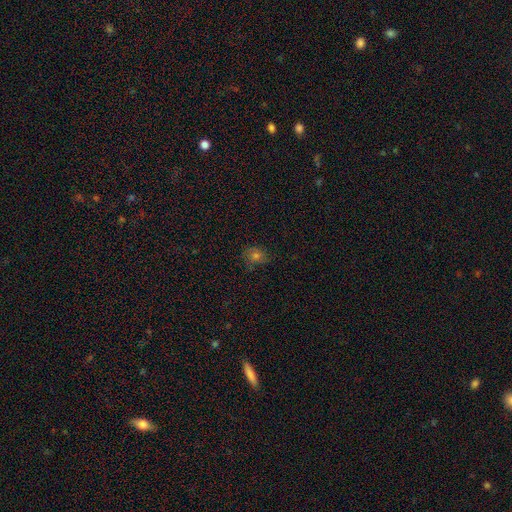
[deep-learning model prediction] Smooth or featured?
  - smooth: 58% *
  - star or artifact: 23%
  - featured or disk: 19%
How rounded?
  - round: 64% *
  - in between: 35%
  - cigar-shaped: 1%
Merging?
  - none: 70% *
  - minor disturbance: 20%
  - major disturbance: 7%
  - merger: 2%